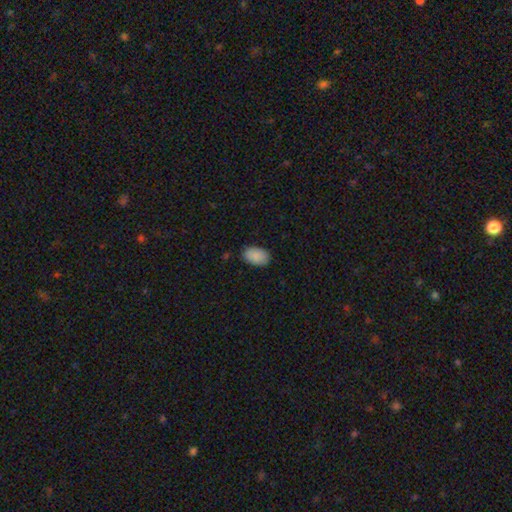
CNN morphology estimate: This is clearly a smooth galaxy (90%). How rounded: clearly in between (92%). Merging: clearly none (86%).